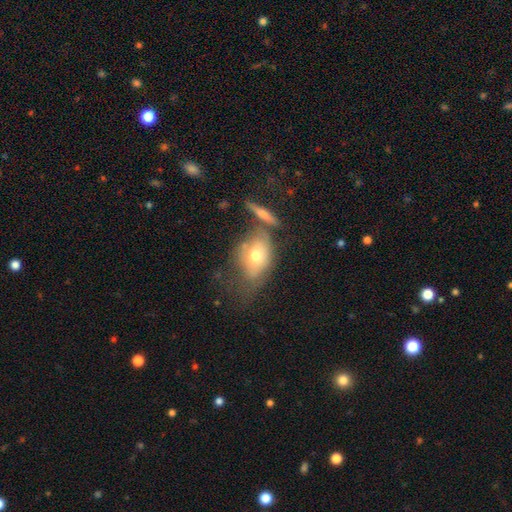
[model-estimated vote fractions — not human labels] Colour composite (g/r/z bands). It shows a smooth galaxy with no disk features (62%) that is in between round and cigar-shaped (78%). Merging: none (40%).